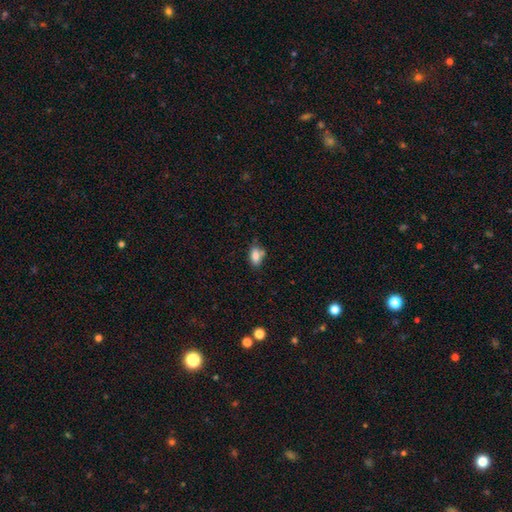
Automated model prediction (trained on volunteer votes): Smooth or featured? Predicted: smooth (p=0.80). How rounded? Predicted: in between (p=0.86). Merging? Predicted: none (p=0.56).